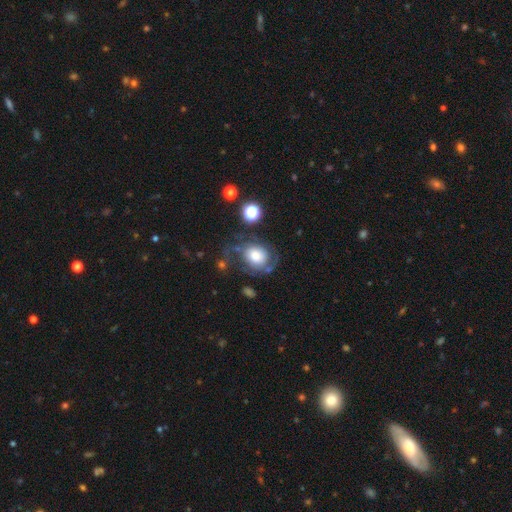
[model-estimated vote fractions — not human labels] Morphology: type=featured or disk (47%); merging=none (48%).